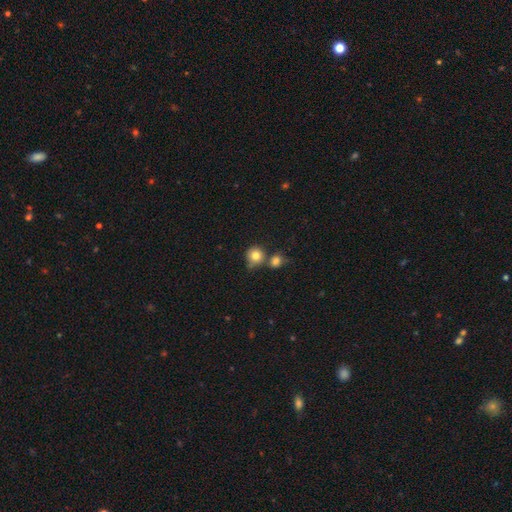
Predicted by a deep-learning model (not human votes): smooth_or_featured: smooth (p=0.81) [alt: star or artifact p=0.10]
how_rounded: round (p=0.88) [alt: in between p=0.11]
merging: none (p=0.55) [alt: merger p=0.29]